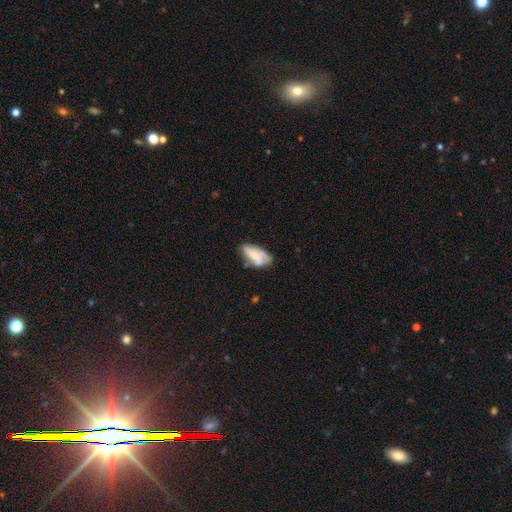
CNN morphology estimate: Q: Smooth or featured?
A: smooth (55%); runner-up: featured or disk (37%)
Q: How rounded?
A: in between (84%); runner-up: cigar-shaped (13%)
Q: Merging?
A: none (46%); runner-up: minor disturbance (28%)